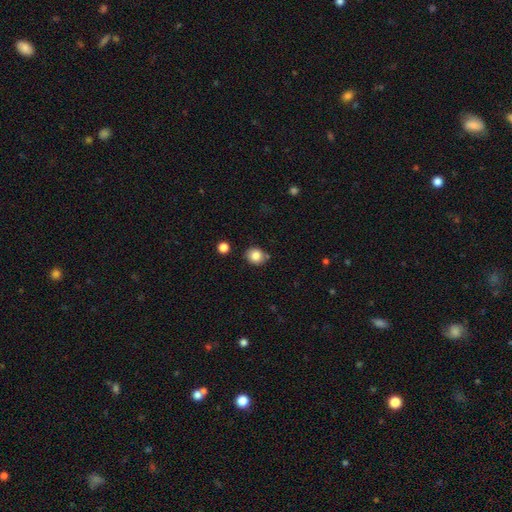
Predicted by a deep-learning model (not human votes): This is clearly a smooth galaxy (83%). How rounded: likely round (70%). Merging: likely none (78%).